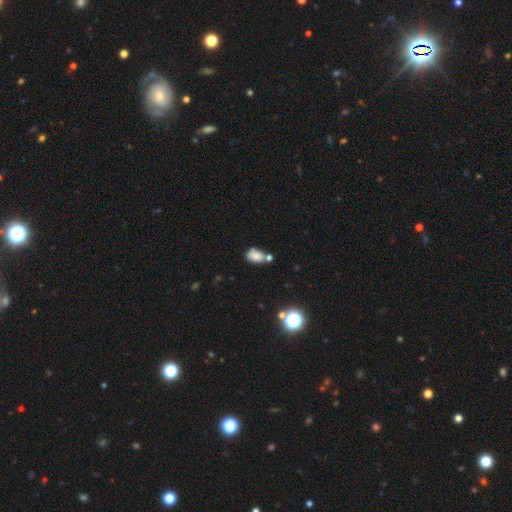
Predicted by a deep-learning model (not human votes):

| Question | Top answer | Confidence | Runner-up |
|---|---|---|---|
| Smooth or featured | smooth | 77% | star or artifact (12%) |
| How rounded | in between | 85% | round (13%) |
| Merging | none | 47% | merger (27%) |